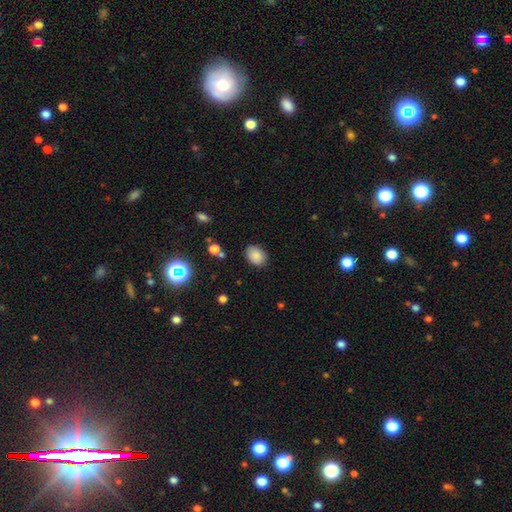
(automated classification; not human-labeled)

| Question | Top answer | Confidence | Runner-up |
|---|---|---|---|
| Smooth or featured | smooth | 85% | star or artifact (10%) |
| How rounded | in between | 70% | round (29%) |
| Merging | none | 84% | minor disturbance (12%) |